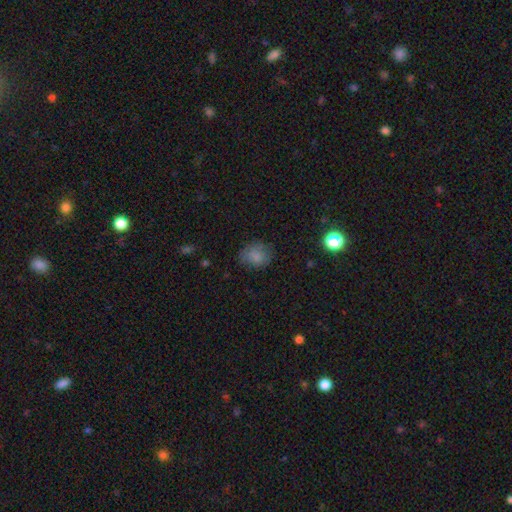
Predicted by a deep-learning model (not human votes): smooth_or_featured: smooth (p=0.79) [alt: star or artifact p=0.12]
how_rounded: round (p=0.53) [alt: in between p=0.46]
merging: none (p=0.70) [alt: minor disturbance p=0.22]